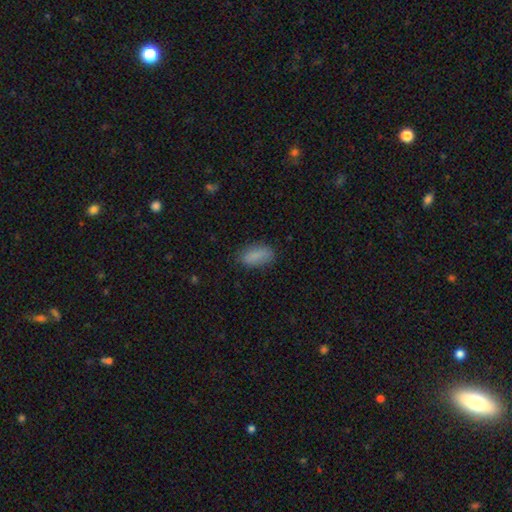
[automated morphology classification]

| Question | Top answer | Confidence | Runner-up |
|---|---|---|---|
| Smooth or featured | smooth | 85% | star or artifact (8%) |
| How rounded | in between | 87% | cigar-shaped (10%) |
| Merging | none | 78% | minor disturbance (16%) |